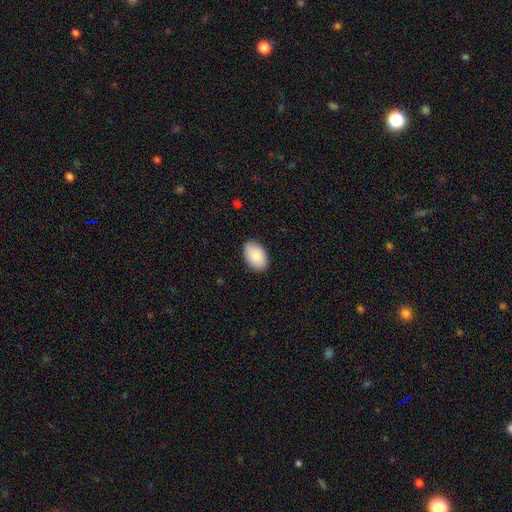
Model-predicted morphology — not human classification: type=smooth (88%); roundness=in between (91%); merging=none (88%).